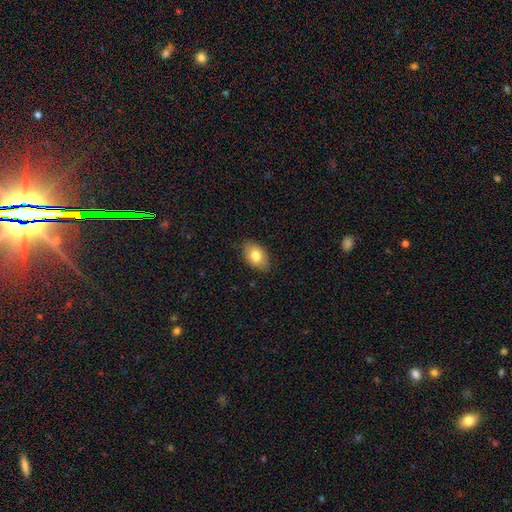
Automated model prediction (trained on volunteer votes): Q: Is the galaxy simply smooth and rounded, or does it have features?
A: smooth — 78%.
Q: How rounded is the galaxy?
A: in between — 87%.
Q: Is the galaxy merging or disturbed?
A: none — 84%.